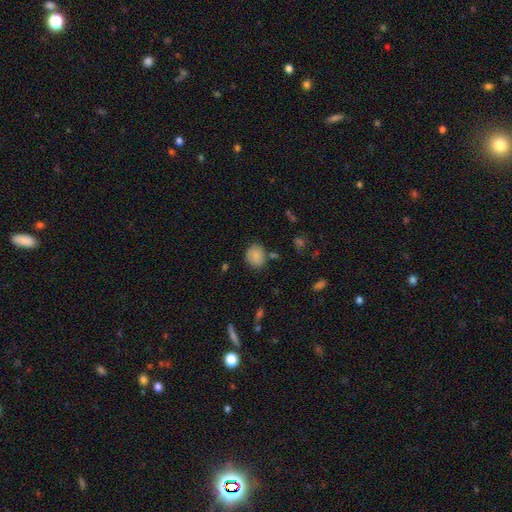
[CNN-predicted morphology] Smooth or featured? Predicted: smooth (p=0.84). How rounded? Predicted: round (p=0.57). Merging? Predicted: none (p=0.72).